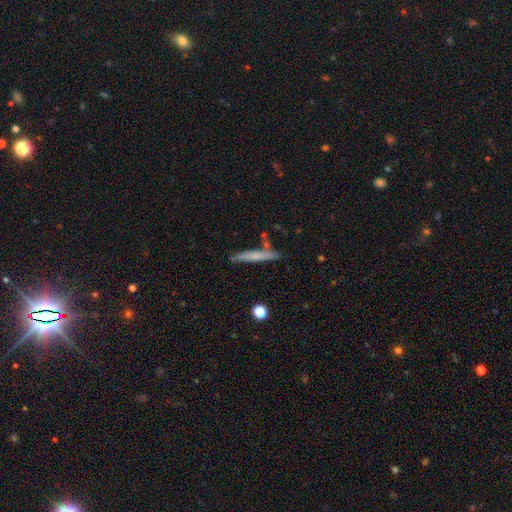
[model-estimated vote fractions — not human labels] Smooth or featured: smooth — 59% (featured or disk — 34%)
How rounded: cigar-shaped — 95% (in between — 4%)
Merging: none — 81% (minor disturbance — 12%)